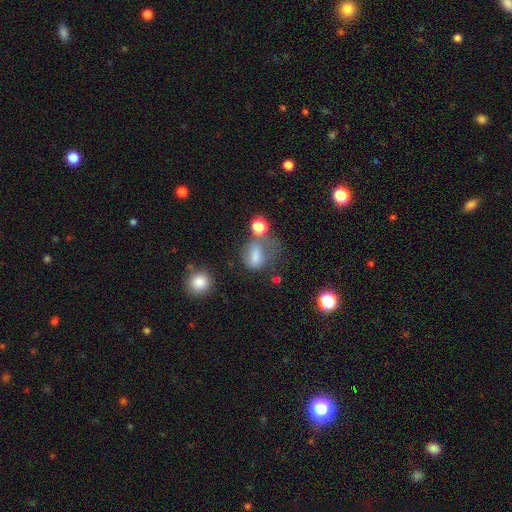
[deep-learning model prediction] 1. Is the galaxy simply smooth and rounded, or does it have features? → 72% smooth, 14% featured or disk, 14% star or artifact.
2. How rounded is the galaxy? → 68% in between, 29% round, 3% cigar-shaped.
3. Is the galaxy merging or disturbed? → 30% major disturbance, 29% none, 23% minor disturbance, 18% merger.